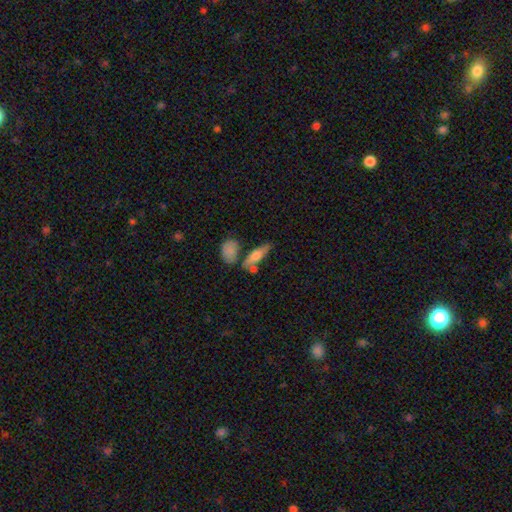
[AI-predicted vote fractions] Overall: smooth (59%; featured or disk 33%). How rounded: in between (49%; cigar-shaped 47%). Merging: none (60%).